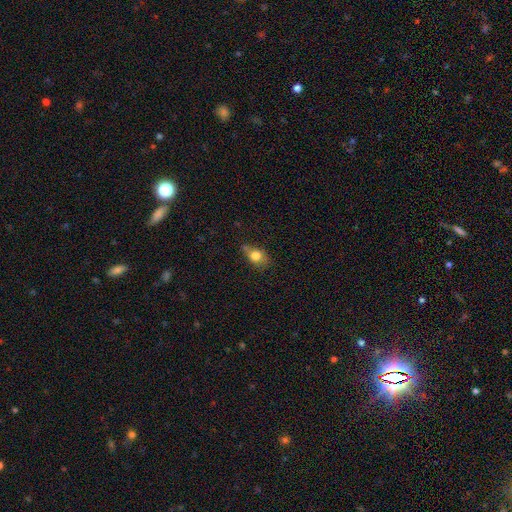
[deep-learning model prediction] A smooth galaxy with no disk features (77%) that is in between round and cigar-shaped (60%).

Vote fractions:
- Smooth or featured? smooth: 77% / featured or disk: 12% / star or artifact: 10%
- How rounded? in between: 60% / round: 37% / cigar-shaped: 2%
- Merging? none: 53% / minor disturbance: 31% / major disturbance: 8% / merger: 8%